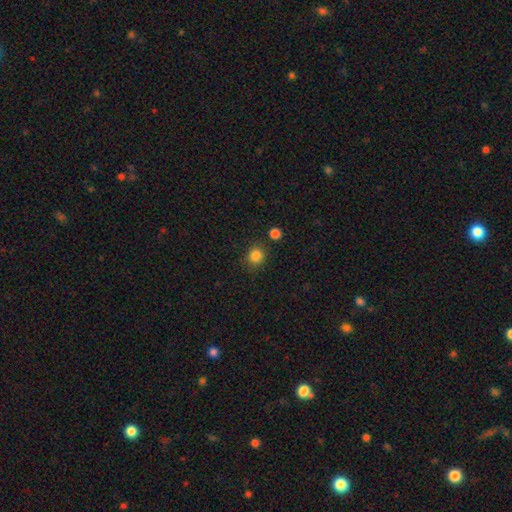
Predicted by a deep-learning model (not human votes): smooth 84%, star or artifact 12%, featured or disk 4%. Down the decision tree: how rounded — round (88%); merging — none (85%).